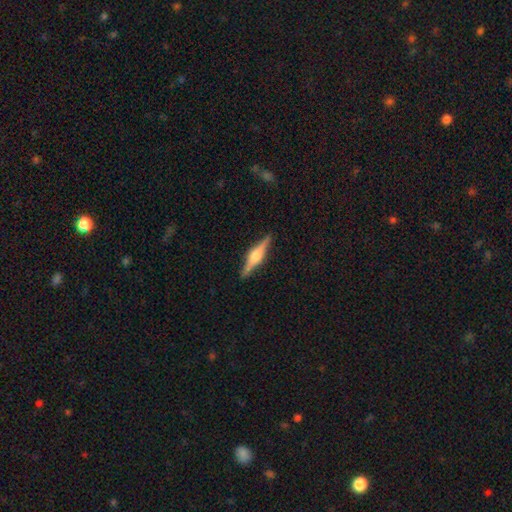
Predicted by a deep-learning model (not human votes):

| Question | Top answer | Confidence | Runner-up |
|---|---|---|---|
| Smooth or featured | featured or disk | 76% | smooth (18%) |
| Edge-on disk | yes | 98% | no (2%) |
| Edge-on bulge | rounded | 88% | boxy (9%) |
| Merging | none | 91% | minor disturbance (7%) |